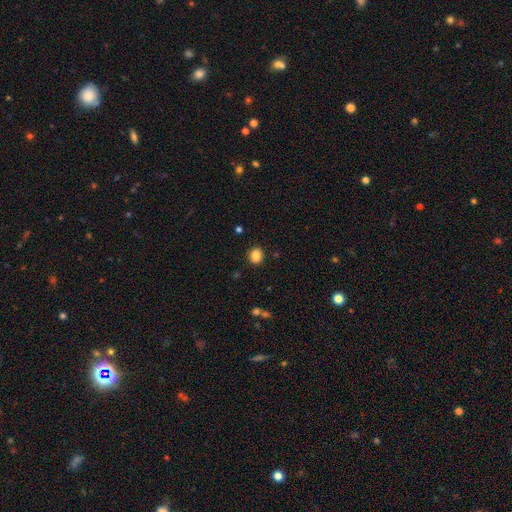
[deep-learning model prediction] Overall: smooth (86%). How rounded: round (63%; in between 36%). Merging: none (89%).